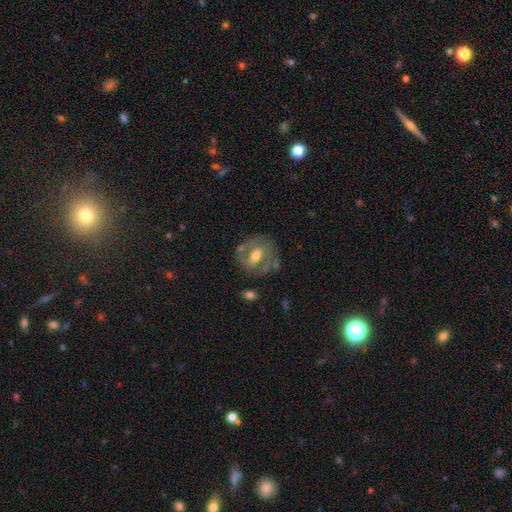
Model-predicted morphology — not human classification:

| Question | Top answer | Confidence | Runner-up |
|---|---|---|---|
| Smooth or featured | featured or disk | 59% | smooth (34%) |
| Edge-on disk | no | 94% | yes (6%) |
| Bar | weak | 39% | no (34%) |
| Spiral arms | no | 56% | yes (44%) |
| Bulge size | moderate | 69% | small (18%) |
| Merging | none | 65% | minor disturbance (19%) |